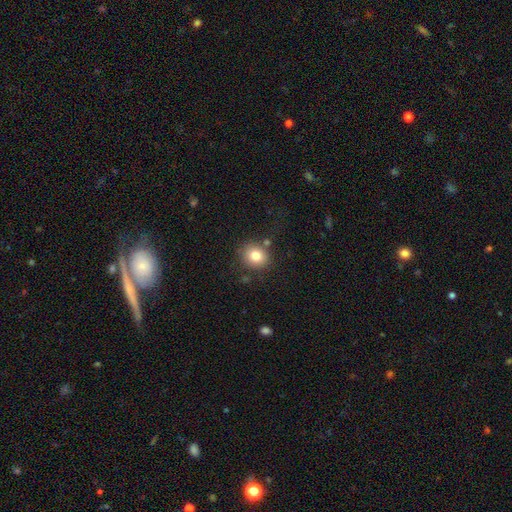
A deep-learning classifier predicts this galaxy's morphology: Overall: smooth (80%). How rounded: round (74%). Merging: none (79%).